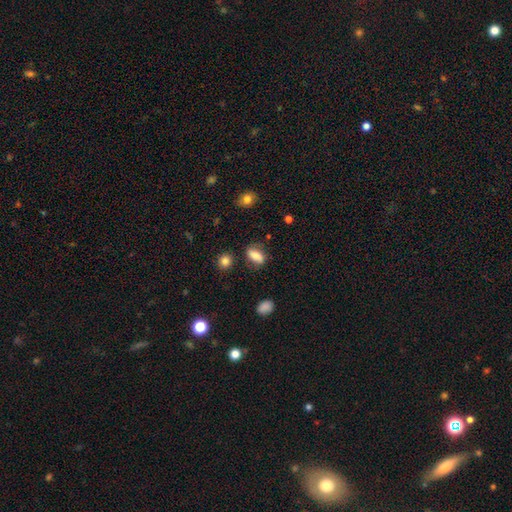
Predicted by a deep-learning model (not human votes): Smooth or featured? smooth (71%)
How rounded? in between (80%)
Merging? none (76%)